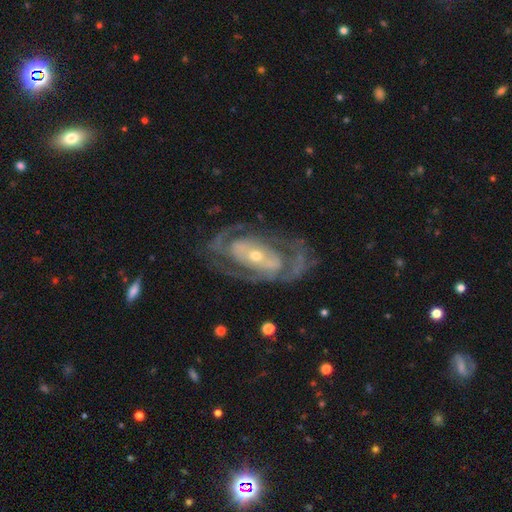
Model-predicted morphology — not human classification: A featured or disk galaxy (86%) with no bar (50%), 2 (58%) tight (51%) spiral arms (85%) and a small central bulge (55%).

Vote fractions:
- Smooth or featured? featured or disk: 86% / smooth: 9% / star or artifact: 5%
- Edge-on disk? no: 94% / yes: 6%
- Bar? no: 50% / weak: 27% / strong: 23%
- Spiral arms? yes: 85% / no: 15%
- Spiral winding? tight: 51% / medium: 37% / loose: 13%
- Spiral arm count? 2: 58% / can't tell: 21% / 3: 9% / 1: 5% / 4: 3% / more than 4: 3%
- Bulge size? small: 55% / moderate: 40% / large: 3% / none: 1% / dominant: 1%
- Merging? none: 68% / minor disturbance: 16% / major disturbance: 14% / merger: 2%